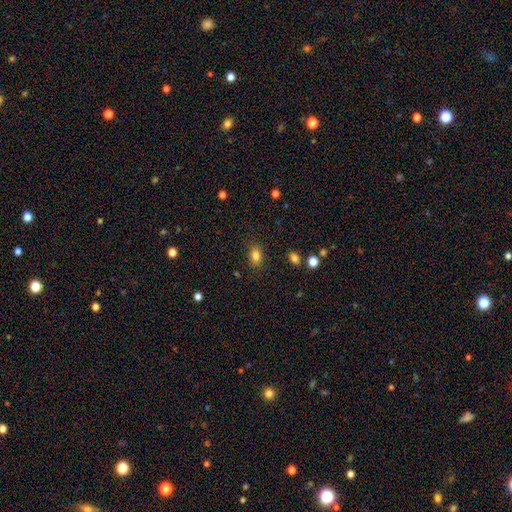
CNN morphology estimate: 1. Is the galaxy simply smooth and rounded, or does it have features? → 83% smooth, 11% star or artifact, 6% featured or disk.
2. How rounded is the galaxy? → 75% in between, 24% round, 2% cigar-shaped.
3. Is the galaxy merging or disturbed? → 84% none, 11% minor disturbance, 3% major disturbance, 2% merger.